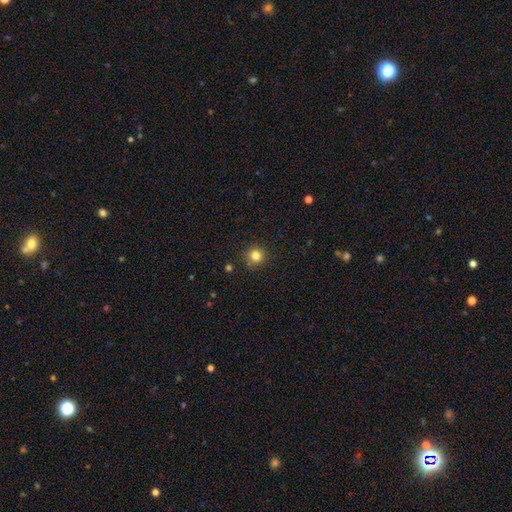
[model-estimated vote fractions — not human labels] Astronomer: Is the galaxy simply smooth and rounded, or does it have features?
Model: smooth — 83%.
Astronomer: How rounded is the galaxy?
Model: round — 95%.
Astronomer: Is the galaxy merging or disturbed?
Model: none — 90%.